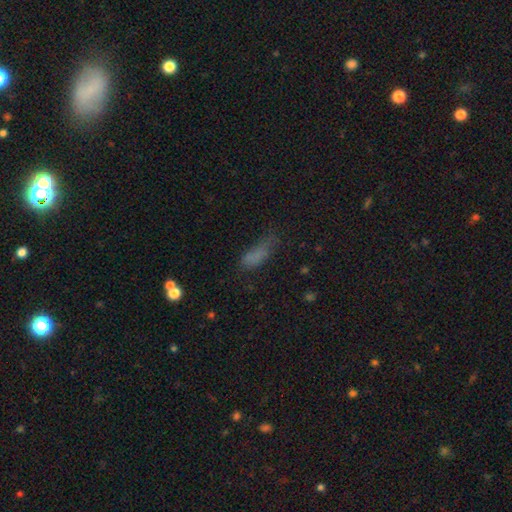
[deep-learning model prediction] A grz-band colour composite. It shows a smooth galaxy with no disk features (70%) that is in between round and cigar-shaped (65%). Merging: none (40%).